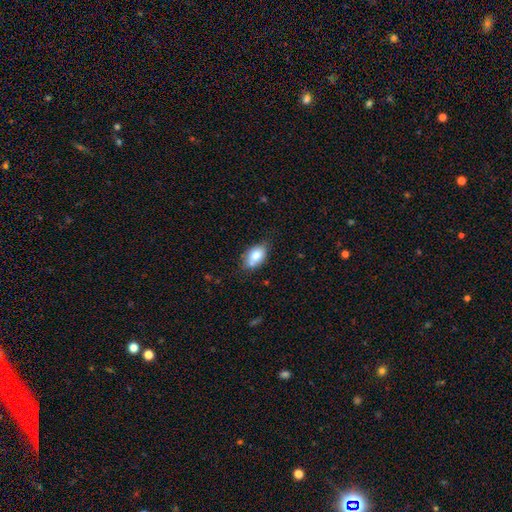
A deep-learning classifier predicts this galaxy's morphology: Smooth or featured?
  - smooth: 75% *
  - featured or disk: 16%
  - star or artifact: 8%
How rounded?
  - in between: 84% *
  - round: 13%
  - cigar-shaped: 2%
Merging?
  - none: 60% *
  - minor disturbance: 23%
  - merger: 12%
  - major disturbance: 5%